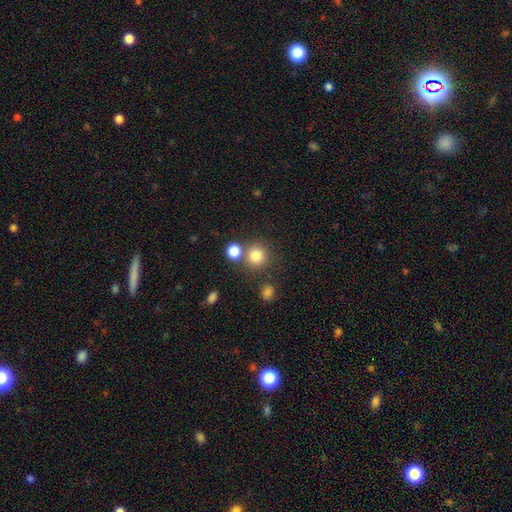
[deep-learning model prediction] The model was most divided on "merging": none: 72%, merger: 16%, minor disturbance: 8%, major disturbance: 4%. More confident: how rounded — round (91%); smooth or featured — smooth (81%).